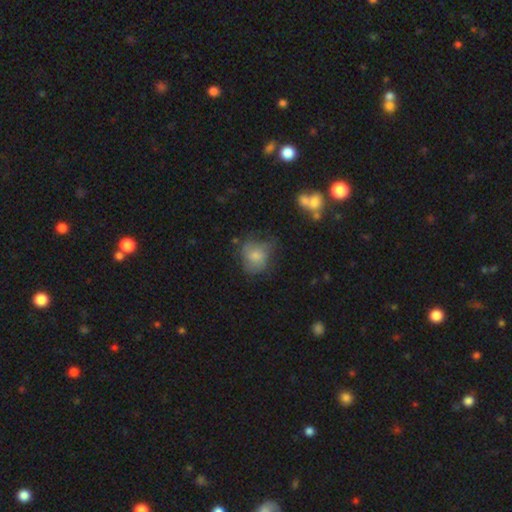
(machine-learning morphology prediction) smooth 61%, featured or disk 29%, star or artifact 9%. Down the decision tree: how rounded — round (61%); merging — none (43%).